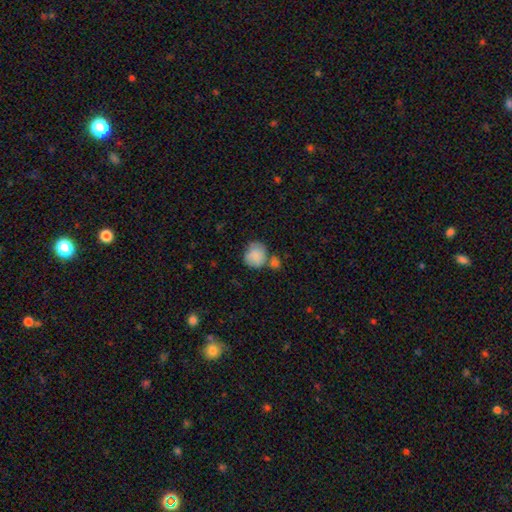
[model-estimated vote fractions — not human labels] A smooth galaxy with no disk features (83%) that is round (74%).

Vote fractions:
- Smooth or featured? smooth: 83% / featured or disk: 9% / star or artifact: 7%
- How rounded? round: 74% / in between: 25% / cigar-shaped: 1%
- Merging? none: 49% / merger: 25% / minor disturbance: 20% / major disturbance: 7%